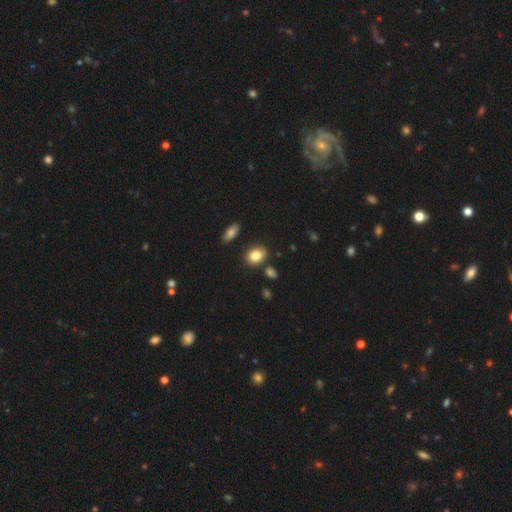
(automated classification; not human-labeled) smooth-or-featured: smooth: 84% | star or artifact: 9% | featured or disk: 8%
  how-rounded: in between: 52% | round: 47% | cigar-shaped: 1%
  merging: none: 80% | minor disturbance: 12% | merger: 5% | major disturbance: 3%